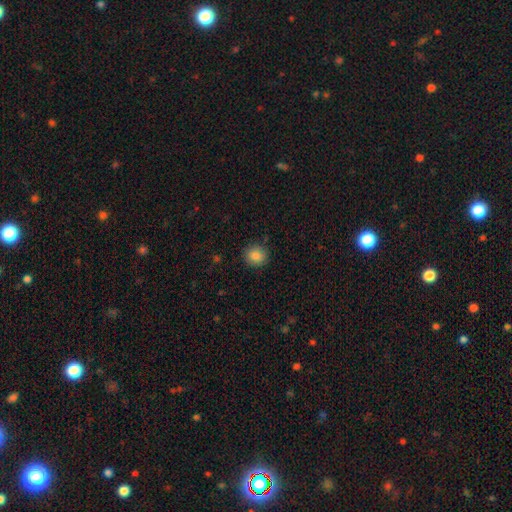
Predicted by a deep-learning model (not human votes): This is clearly a smooth galaxy (85%). How rounded: clearly round (87%). Merging: clearly none (89%).